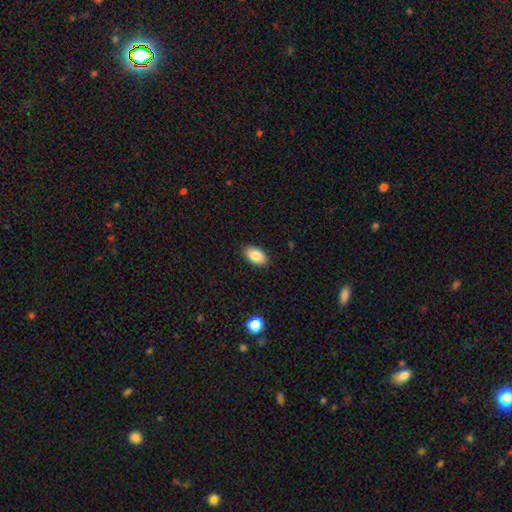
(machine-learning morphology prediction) A smooth galaxy with no disk features (86%) that is in between round and cigar-shaped (92%). Merging: none (88%).